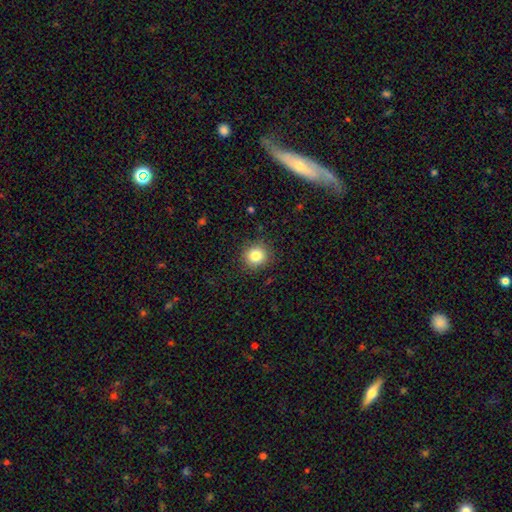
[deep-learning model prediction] A smooth galaxy with no disk features (83%) that is round (92%). Merging: none (90%).